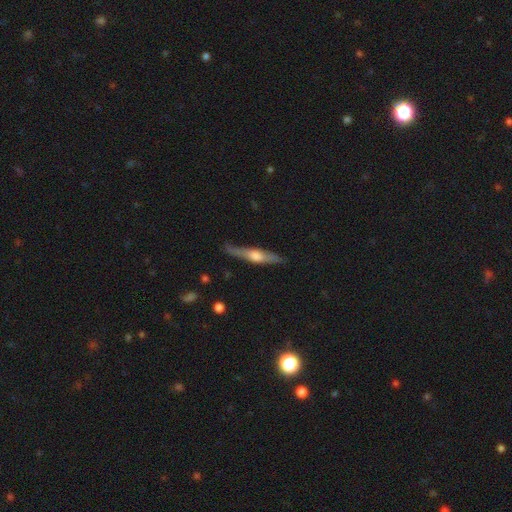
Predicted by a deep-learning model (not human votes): Overall: featured or disk (59%; smooth 35%). Edge-on disk: yes (90%). Edge-on bulge: rounded (81%). Merging: none (77%).